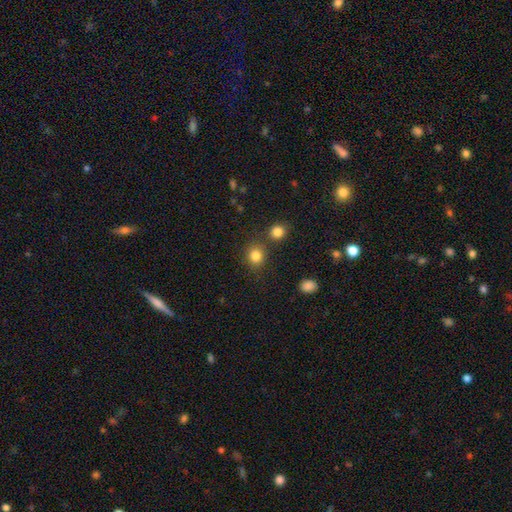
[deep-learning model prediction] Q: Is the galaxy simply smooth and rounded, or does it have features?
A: smooth — 83%.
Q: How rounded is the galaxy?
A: round — 80%.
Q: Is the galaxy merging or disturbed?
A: none — 76%.